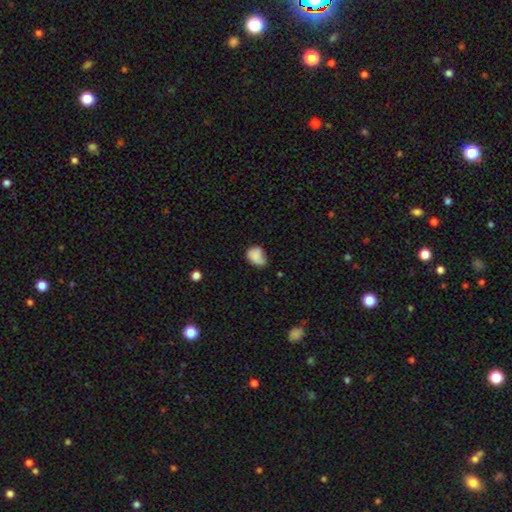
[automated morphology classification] Smooth or featured? smooth (79%)
How rounded? in between (60%)
Merging? minor disturbance (44%)